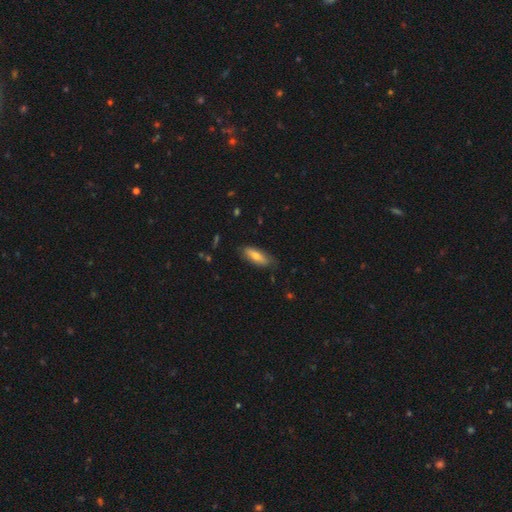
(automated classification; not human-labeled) Smooth or featured? Predicted: smooth (p=0.70). How rounded? Predicted: in between (p=0.61). Merging? Predicted: none (p=0.76).